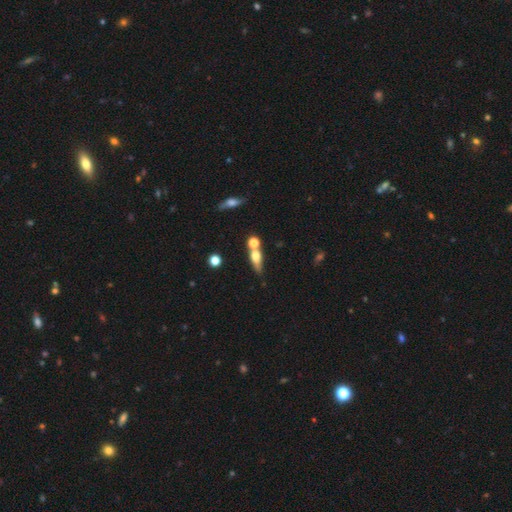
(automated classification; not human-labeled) Smooth or featured?
  - smooth: 58% *
  - featured or disk: 32%
  - star or artifact: 10%
How rounded?
  - in between: 46% *
  - cigar-shaped: 41%
  - round: 13%
Merging?
  - none: 48% *
  - merger: 30%
  - minor disturbance: 15%
  - major disturbance: 7%